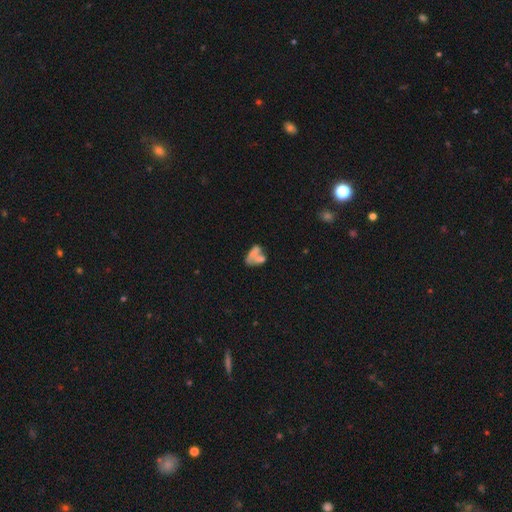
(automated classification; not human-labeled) smooth-or-featured: smooth: 54% | featured or disk: 34% | star or artifact: 12%
  how-rounded: in between: 81% | round: 14% | cigar-shaped: 5%
  merging: merger: 54% | none: 21% | major disturbance: 14% | minor disturbance: 12%